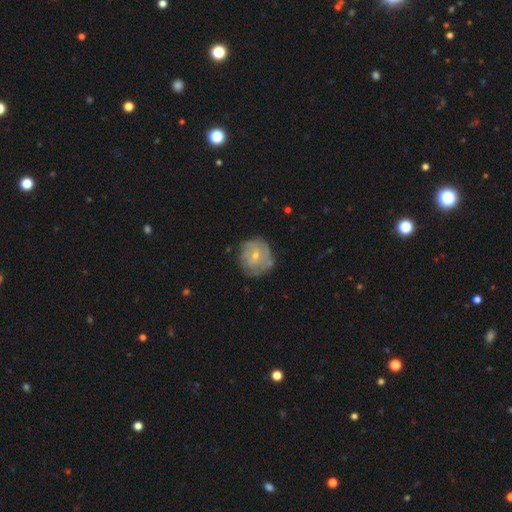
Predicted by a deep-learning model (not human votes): Q: Smooth or featured?
A: featured or disk (49%); runner-up: smooth (44%)
Q: Merging?
A: none (63%); runner-up: minor disturbance (25%)